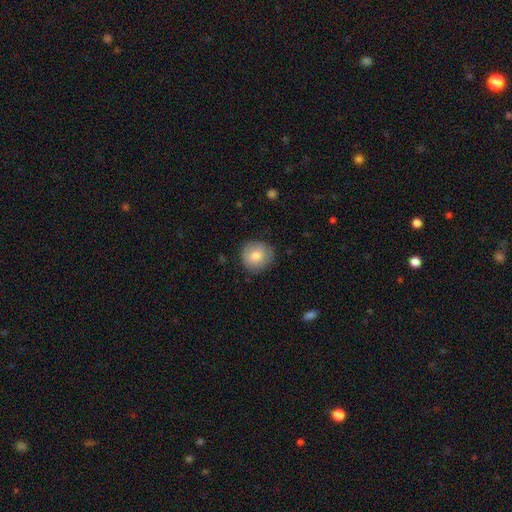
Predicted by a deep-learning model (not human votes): Morphology: type=smooth (78%); roundness=round (90%); merging=none (83%).